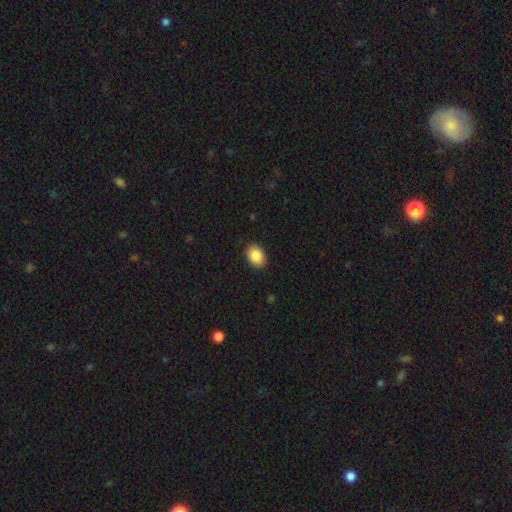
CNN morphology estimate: Smooth or featured: smooth — 89% (star or artifact — 7%)
How rounded: in between — 82% (round — 17%)
Merging: none — 89% (minor disturbance — 9%)